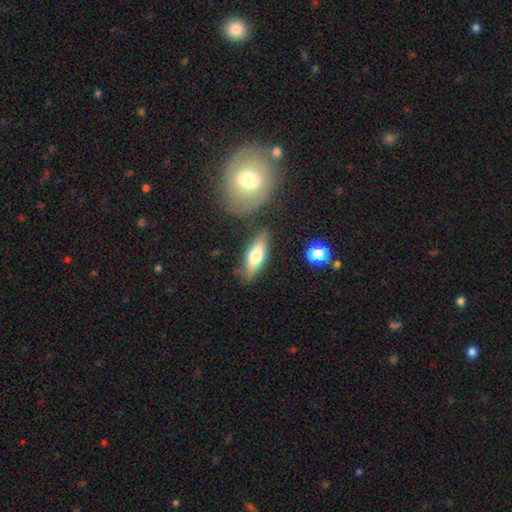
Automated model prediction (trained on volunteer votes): Overall: smooth (63%; featured or disk 31%). How rounded: in between (64%; cigar-shaped 33%). Merging: none (78%).